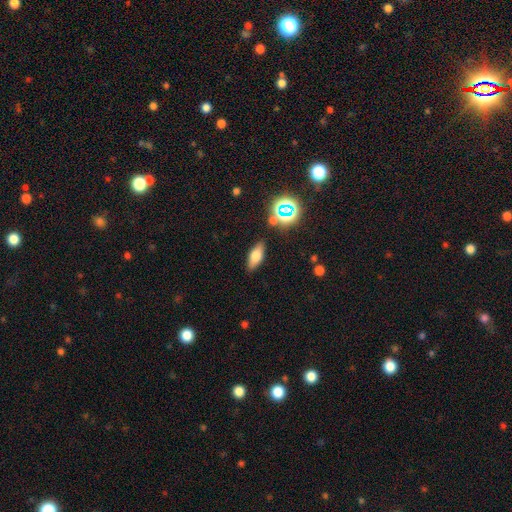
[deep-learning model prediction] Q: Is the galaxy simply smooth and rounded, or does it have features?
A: smooth — 64%.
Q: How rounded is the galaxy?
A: in between — 73%.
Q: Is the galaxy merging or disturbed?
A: none — 84%.